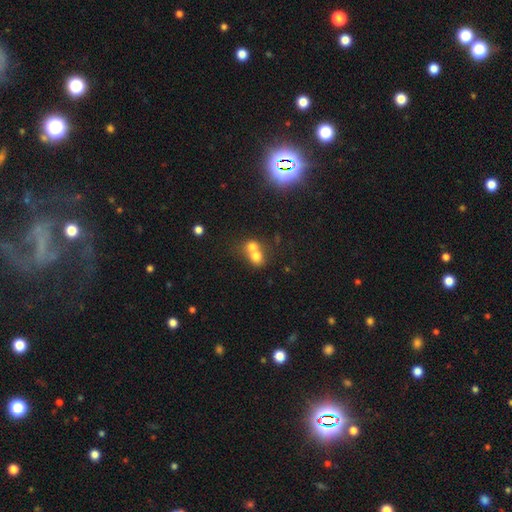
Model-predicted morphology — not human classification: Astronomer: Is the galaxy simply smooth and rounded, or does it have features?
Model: smooth — 70%.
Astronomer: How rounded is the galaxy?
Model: round — 63%.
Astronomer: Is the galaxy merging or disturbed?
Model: merger — 71%.